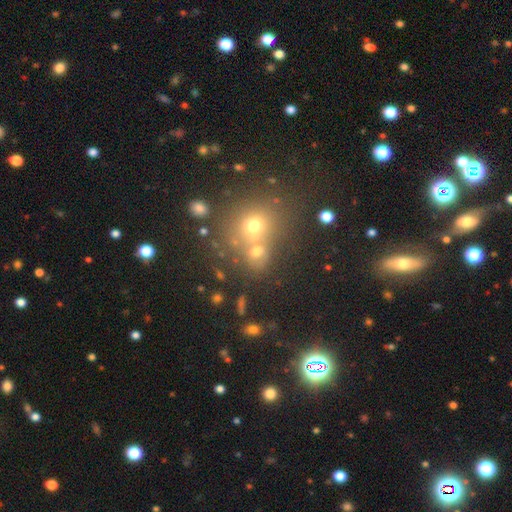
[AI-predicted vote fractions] Smooth or featured? smooth (61%)
How rounded? round (67%)
Merging? none (45%)